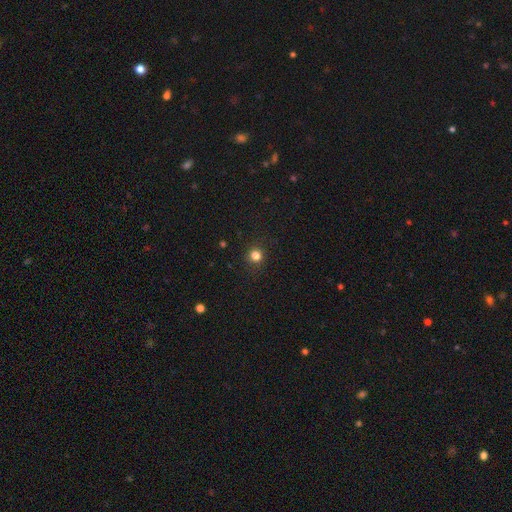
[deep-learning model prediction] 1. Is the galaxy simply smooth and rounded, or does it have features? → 81% smooth, 15% star or artifact, 4% featured or disk.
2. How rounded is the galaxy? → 91% round, 8% in between, 1% cigar-shaped.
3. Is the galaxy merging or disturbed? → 90% none, 7% minor disturbance, 2% major disturbance, 1% merger.